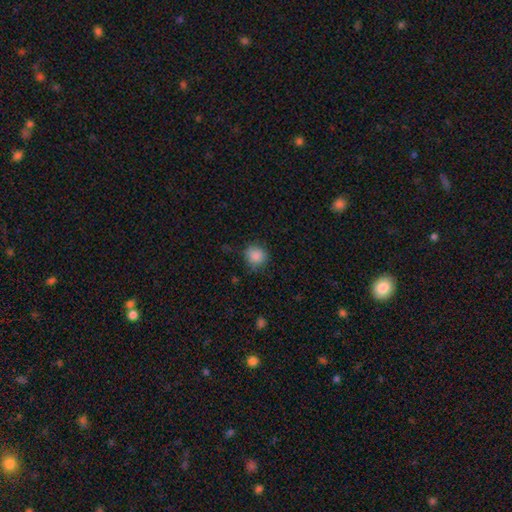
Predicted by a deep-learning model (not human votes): smooth_or_featured: smooth (p=0.87) [alt: star or artifact p=0.09]
how_rounded: round (p=0.87) [alt: in between p=0.12]
merging: none (p=0.77) [alt: minor disturbance p=0.17]